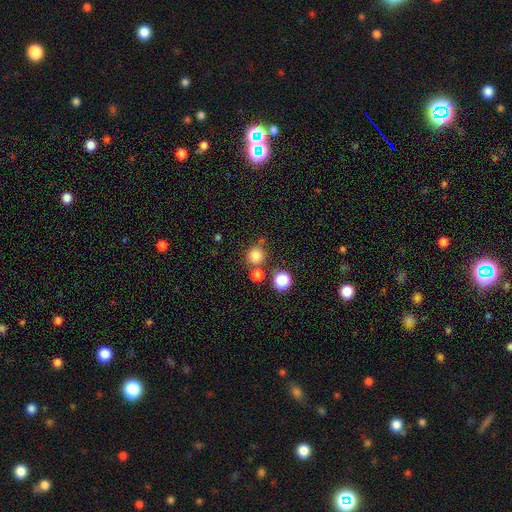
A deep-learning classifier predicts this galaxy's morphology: The model was most divided on "merging": none: 72%, merger: 14%, minor disturbance: 9%, major disturbance: 4%. More confident: how rounded — round (91%); smooth or featured — smooth (80%).